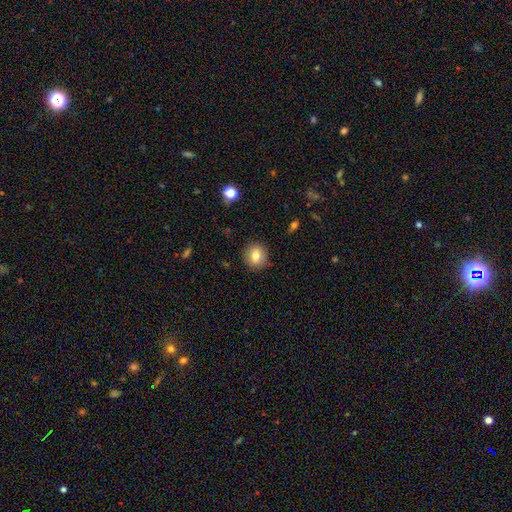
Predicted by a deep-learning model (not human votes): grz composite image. It shows a smooth galaxy with no disk features (81%) that is round (84%). Merging: none (88%).